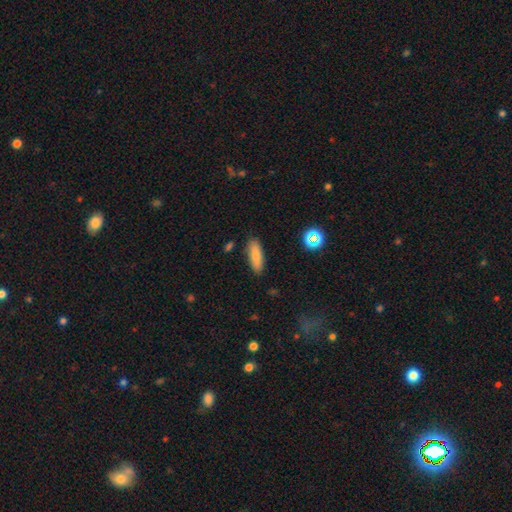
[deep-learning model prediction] A smooth galaxy with no disk features (81%) that is in between round and cigar-shaped (58%).

Vote fractions:
- Smooth or featured? smooth: 81% / featured or disk: 11% / star or artifact: 8%
- How rounded? in between: 58% / cigar-shaped: 40% / round: 2%
- Merging? none: 85% / minor disturbance: 11% / major disturbance: 2% / merger: 2%